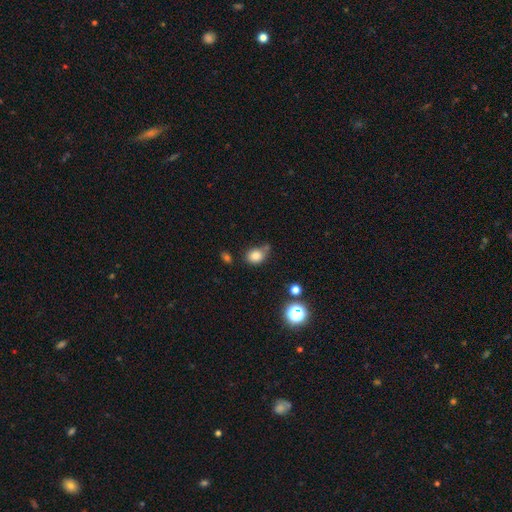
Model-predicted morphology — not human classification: Smooth or featured? smooth (81%)
How rounded? round (55%)
Merging? none (60%)